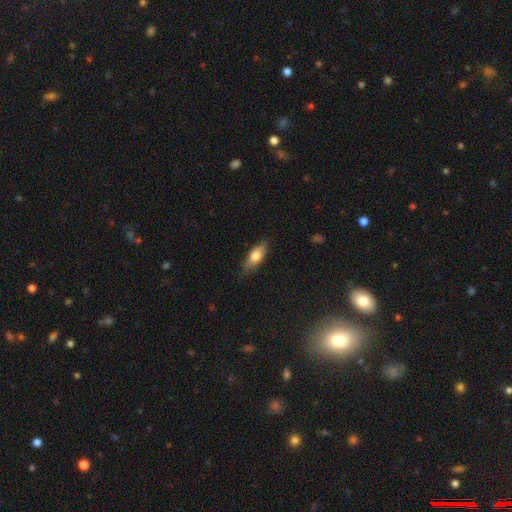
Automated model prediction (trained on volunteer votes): Smooth or featured? Predicted: smooth (p=0.77). How rounded? Predicted: in between (p=0.73). Merging? Predicted: none (p=0.80).